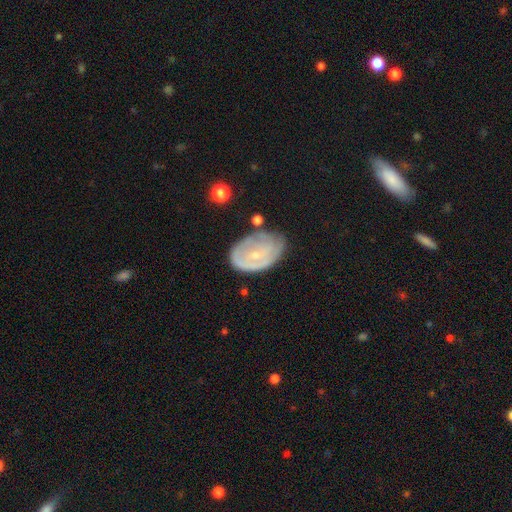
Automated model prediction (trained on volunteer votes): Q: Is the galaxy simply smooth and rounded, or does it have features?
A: featured or disk — 65%.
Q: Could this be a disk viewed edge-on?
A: no — 95%.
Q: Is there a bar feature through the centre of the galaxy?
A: no — 63%.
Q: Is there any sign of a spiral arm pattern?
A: yes — 71%.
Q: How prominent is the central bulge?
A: small — 76%.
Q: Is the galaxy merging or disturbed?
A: none — 55%.